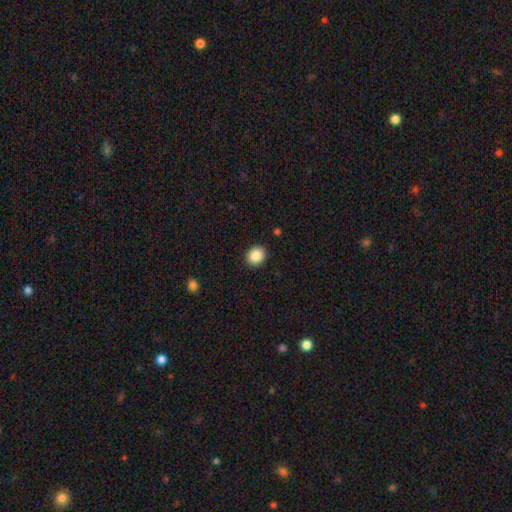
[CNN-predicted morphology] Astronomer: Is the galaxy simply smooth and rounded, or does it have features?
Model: smooth — 88%.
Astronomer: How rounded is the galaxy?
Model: round — 68%.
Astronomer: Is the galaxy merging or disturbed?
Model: none — 91%.